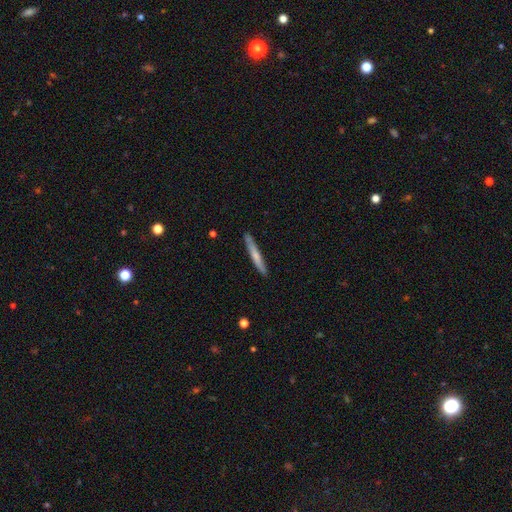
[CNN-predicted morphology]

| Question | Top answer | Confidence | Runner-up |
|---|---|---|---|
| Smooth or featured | smooth | 61% | featured or disk (33%) |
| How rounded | cigar-shaped | 96% | in between (3%) |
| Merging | none | 87% | minor disturbance (10%) |